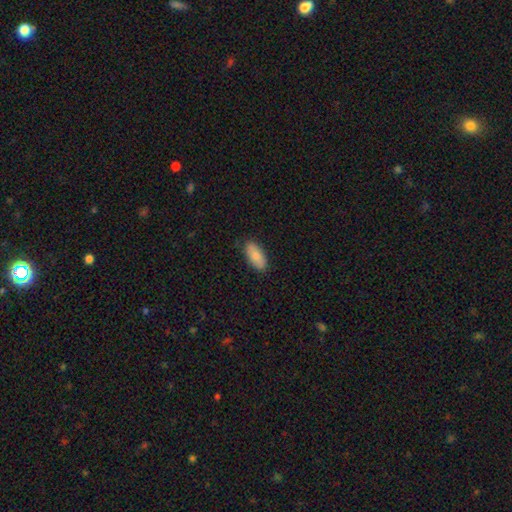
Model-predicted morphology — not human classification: Smooth or featured? smooth (82%)
How rounded? in between (89%)
Merging? none (84%)